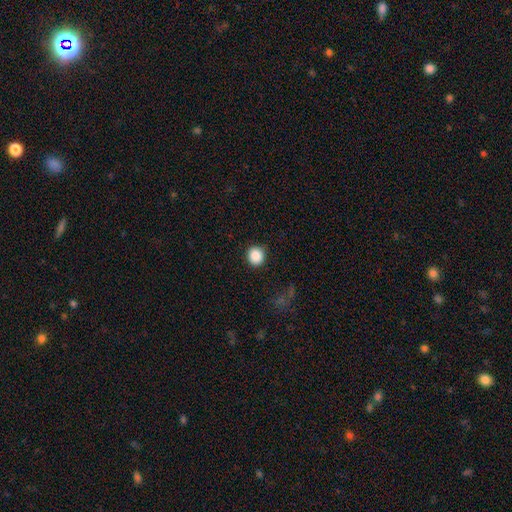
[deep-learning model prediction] A smooth galaxy with no disk features (88%) that is round (89%). Merging: none (89%).